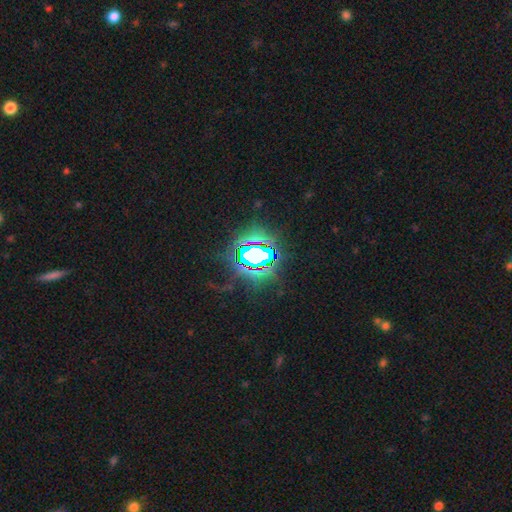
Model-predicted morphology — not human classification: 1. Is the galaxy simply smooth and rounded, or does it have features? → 72% star or artifact, 15% smooth, 13% featured or disk.